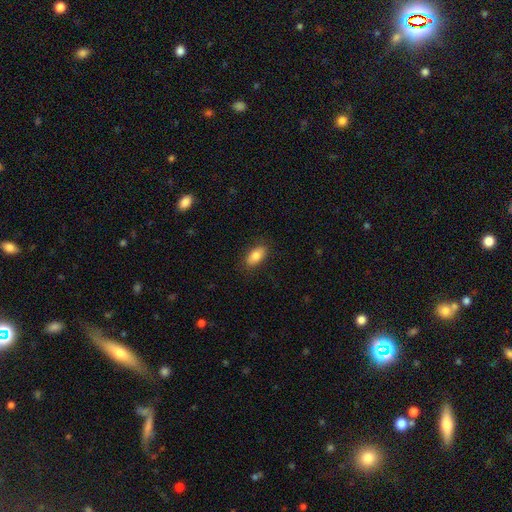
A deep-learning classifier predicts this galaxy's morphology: smooth_or_featured: smooth (p=0.82) [alt: featured or disk p=0.11]
how_rounded: in between (p=0.89) [alt: cigar-shaped p=0.07]
merging: none (p=0.86) [alt: minor disturbance p=0.10]